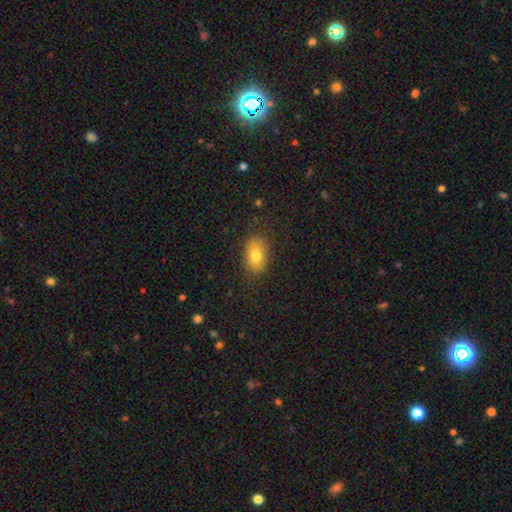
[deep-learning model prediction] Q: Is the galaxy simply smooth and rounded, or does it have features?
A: smooth — 78%.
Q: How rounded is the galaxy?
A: in between — 85%.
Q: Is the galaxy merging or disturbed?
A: none — 82%.